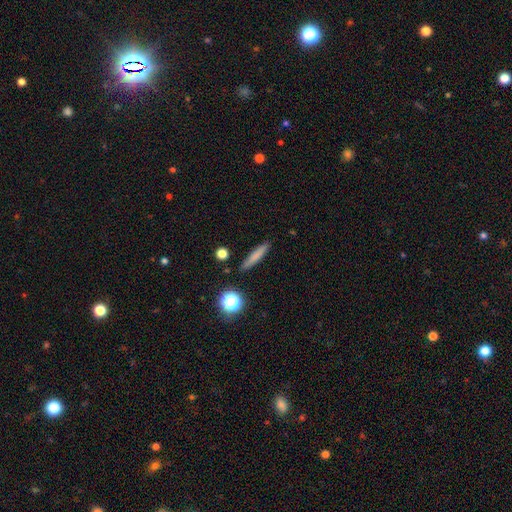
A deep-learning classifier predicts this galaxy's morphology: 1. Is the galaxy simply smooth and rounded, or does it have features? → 74% smooth, 17% featured or disk, 9% star or artifact.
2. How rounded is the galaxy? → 89% cigar-shaped, 7% in between, 3% round.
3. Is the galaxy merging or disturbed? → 88% none, 8% minor disturbance, 2% major disturbance, 2% merger.